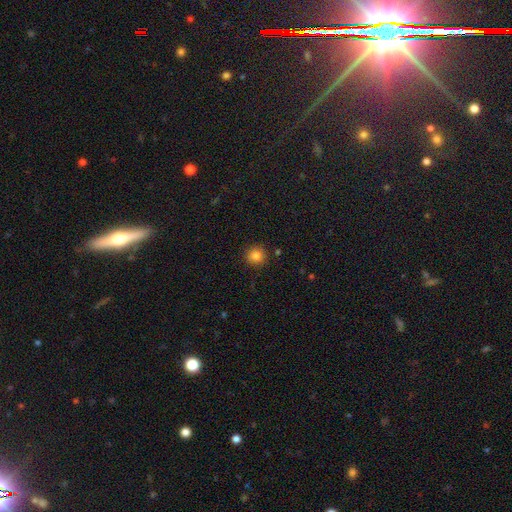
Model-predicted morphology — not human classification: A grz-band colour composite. It shows a smooth galaxy with no disk features (83%) that is round (91%). Merging: none (90%).